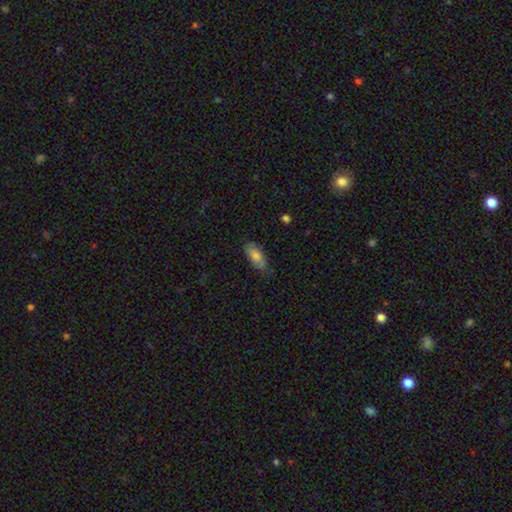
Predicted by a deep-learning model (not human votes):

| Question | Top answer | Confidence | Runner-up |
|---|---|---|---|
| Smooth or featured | smooth | 76% | featured or disk (18%) |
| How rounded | in between | 86% | cigar-shaped (12%) |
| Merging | none | 76% | minor disturbance (20%) |